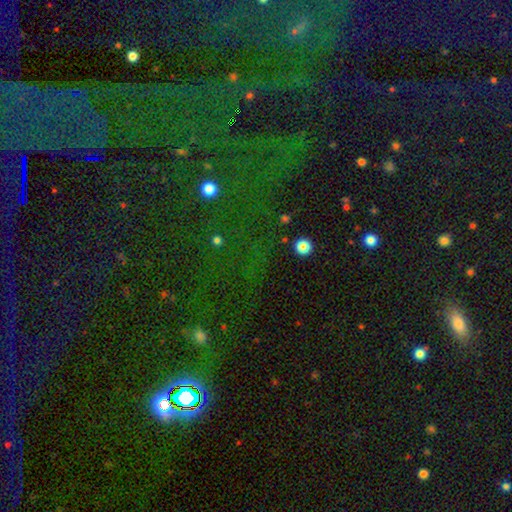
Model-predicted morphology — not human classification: A star or artifact, not a galaxy (75%).